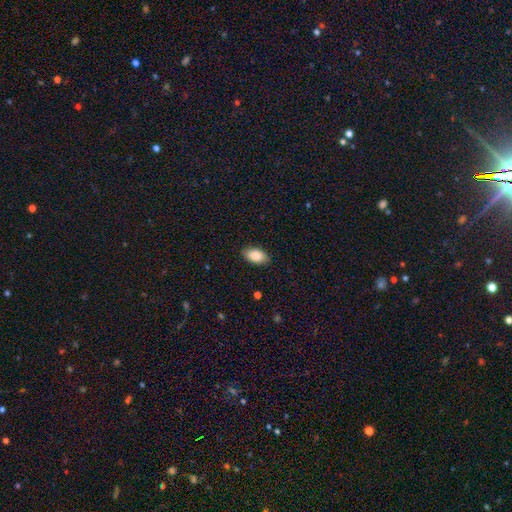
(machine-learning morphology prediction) Smooth or featured? smooth (88%)
How rounded? in between (94%)
Merging? none (86%)